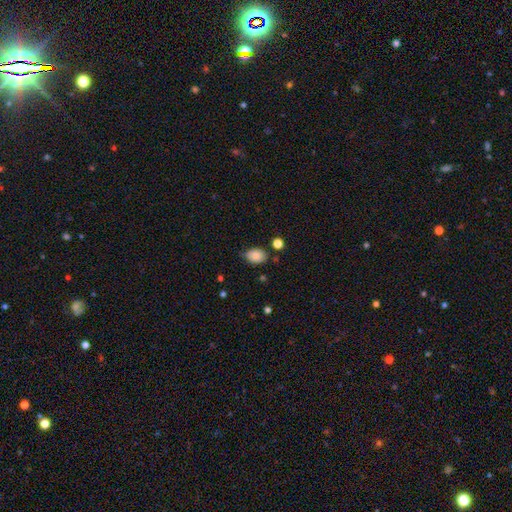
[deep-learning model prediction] Q: Smooth or featured?
A: smooth (85%); runner-up: star or artifact (9%)
Q: How rounded?
A: in between (76%); runner-up: round (23%)
Q: Merging?
A: none (68%); runner-up: minor disturbance (25%)